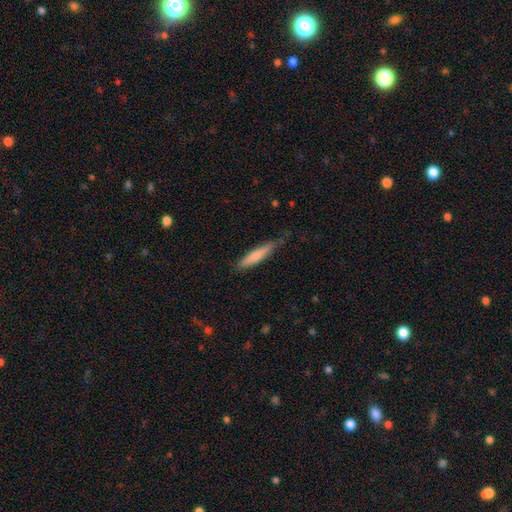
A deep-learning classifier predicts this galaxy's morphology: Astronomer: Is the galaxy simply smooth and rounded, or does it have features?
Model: smooth — 76%.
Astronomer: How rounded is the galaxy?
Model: cigar-shaped — 86%.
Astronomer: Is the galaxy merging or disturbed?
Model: none — 70%.